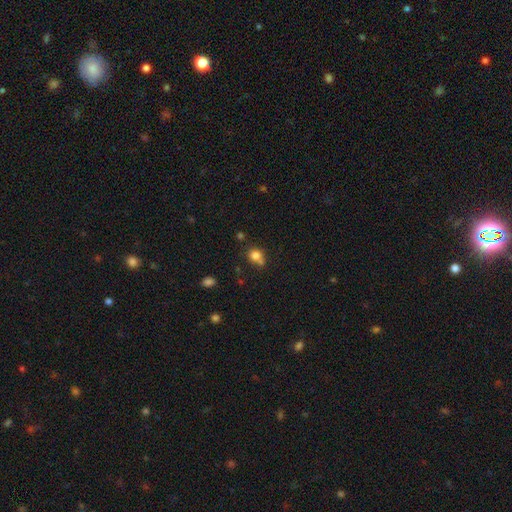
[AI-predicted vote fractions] smooth_or_featured: smooth (p=0.80) [alt: star or artifact p=0.12]
how_rounded: round (p=0.78) [alt: in between p=0.21]
merging: none (p=0.54) [alt: merger p=0.23]